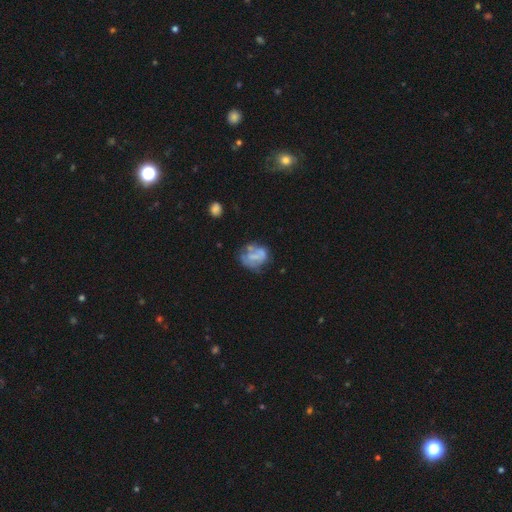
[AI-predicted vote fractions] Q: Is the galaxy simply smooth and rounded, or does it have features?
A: featured or disk — 50%.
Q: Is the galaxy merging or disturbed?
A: none — 41%.